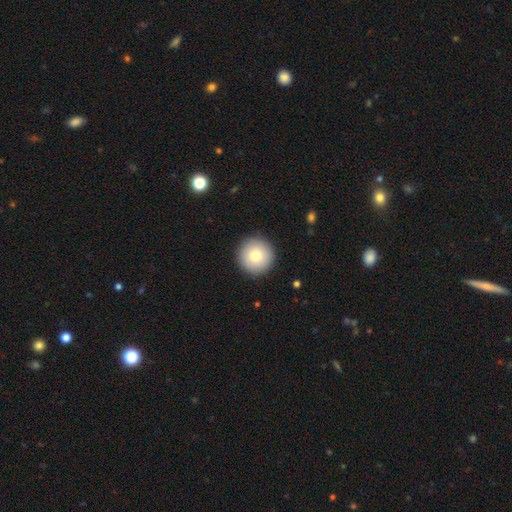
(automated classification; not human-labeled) Smooth or featured? smooth (78%)
How rounded? round (96%)
Merging? none (92%)